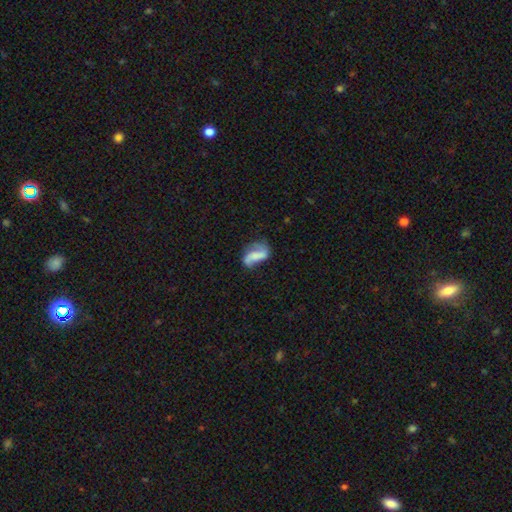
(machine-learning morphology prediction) smooth_or_featured: featured or disk (p=0.54) [alt: smooth p=0.37]
disk_edge_on: no (p=0.95) [alt: yes p=0.05]
bar: no (p=0.48) [alt: weak p=0.29]
has_spiral_arms: yes (p=0.70) [alt: no p=0.30]
bulge_size: none (p=0.52) [alt: small p=0.20]
merging: none (p=0.41) [alt: minor disturbance p=0.26]